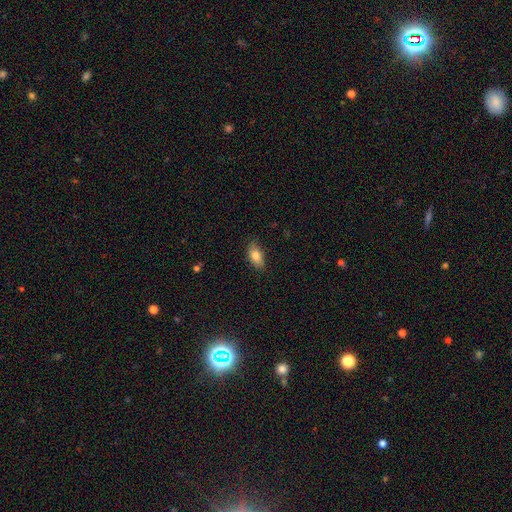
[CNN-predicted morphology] Smooth or featured: smooth — 80% (featured or disk — 13%)
How rounded: in between — 88% (cigar-shaped — 7%)
Merging: none — 81% (minor disturbance — 15%)